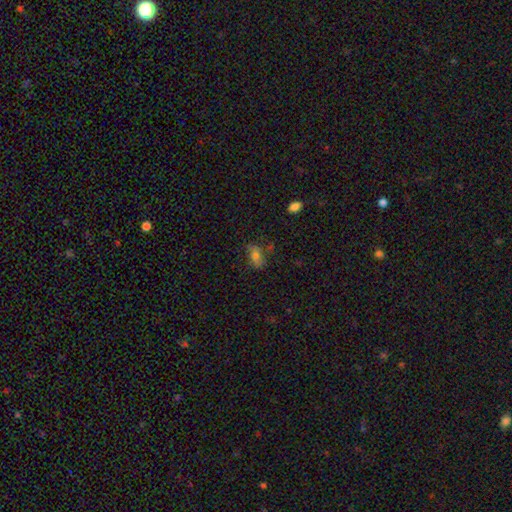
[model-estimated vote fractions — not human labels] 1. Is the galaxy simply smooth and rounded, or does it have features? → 64% smooth, 22% featured or disk, 14% star or artifact.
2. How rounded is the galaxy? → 82% in between, 13% round, 5% cigar-shaped.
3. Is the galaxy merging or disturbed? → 61% none, 25% minor disturbance, 10% major disturbance, 4% merger.